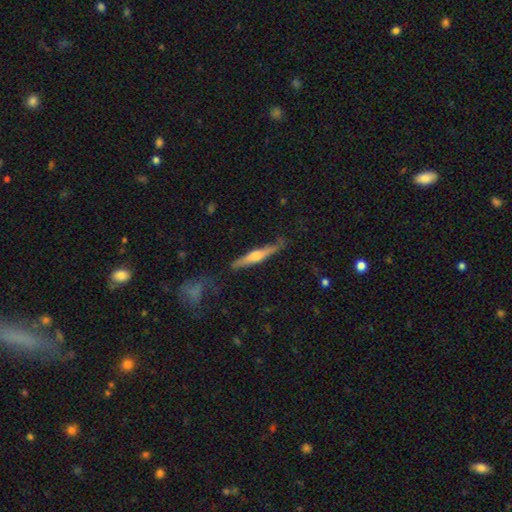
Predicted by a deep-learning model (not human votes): featured or disk 54%, smooth 40%, star or artifact 6%. Down the decision tree: edge-on disk — yes (94%); edge-on bulge — rounded (75%); merging — none (76%).